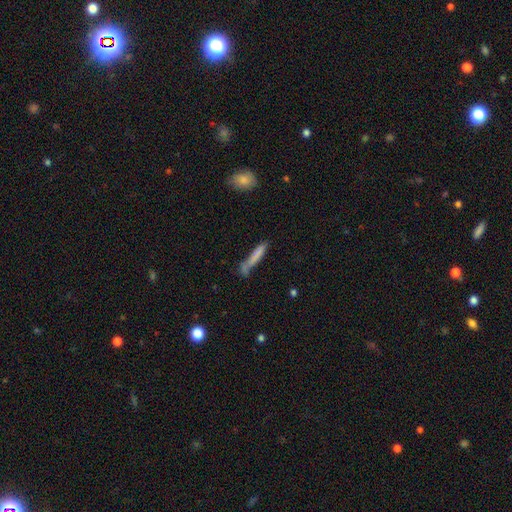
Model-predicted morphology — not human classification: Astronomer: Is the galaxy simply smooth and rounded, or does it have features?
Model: smooth — 72%.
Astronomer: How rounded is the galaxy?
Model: cigar-shaped — 92%.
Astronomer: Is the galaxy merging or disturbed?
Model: none — 58%.